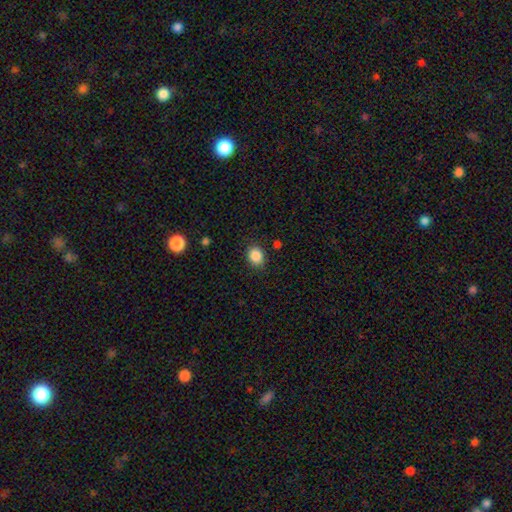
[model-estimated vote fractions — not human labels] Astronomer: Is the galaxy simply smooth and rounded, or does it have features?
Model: smooth — 87%.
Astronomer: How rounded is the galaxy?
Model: round — 63%.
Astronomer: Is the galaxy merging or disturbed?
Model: none — 85%.